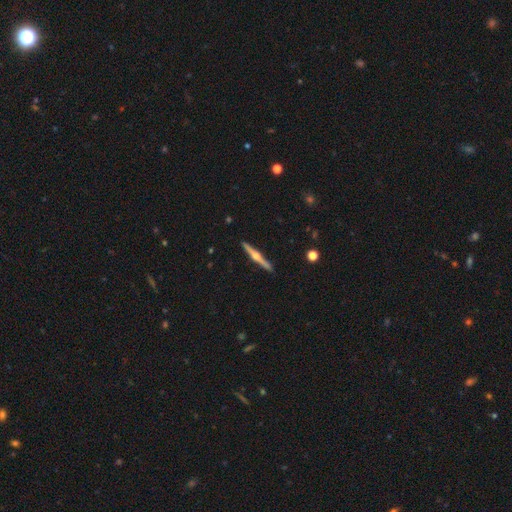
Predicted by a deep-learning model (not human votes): Smooth or featured?
  - featured or disk: 80% *
  - smooth: 15%
  - star or artifact: 5%
Edge-on disk?
  - yes: 98% *
  - no: 2%
Edge-on bulge?
  - rounded: 94% *
  - boxy: 3%
  - none: 3%
Merging?
  - none: 92% *
  - minor disturbance: 6%
  - merger: 1%
  - major disturbance: 1%